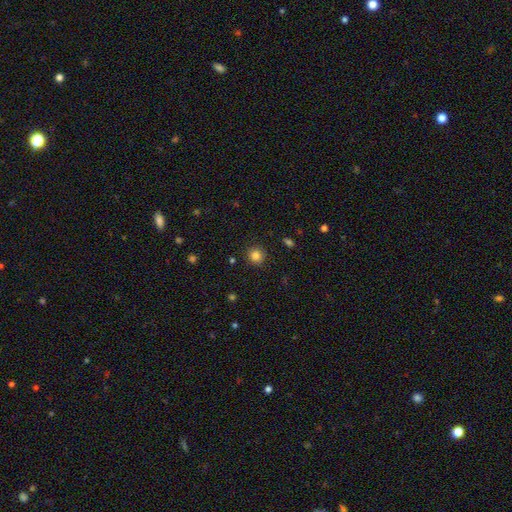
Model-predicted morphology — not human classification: This is clearly a smooth galaxy (83%). How rounded: clearly round (93%). Merging: clearly none (90%).